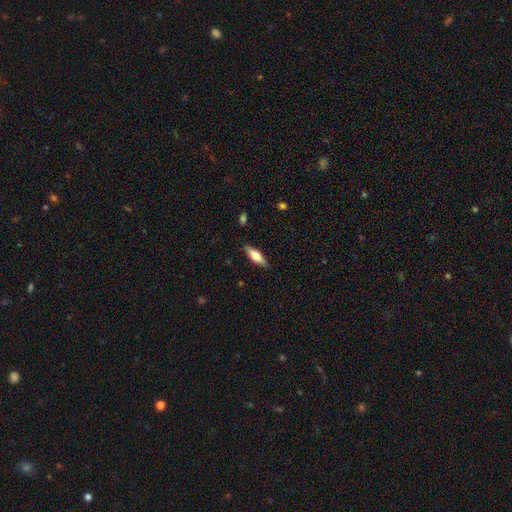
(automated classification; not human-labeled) The model was most divided on "how rounded": in between: 54%, cigar-shaped: 44%, round: 2%. More confident: merging — none (88%); smooth or featured — smooth (63%).